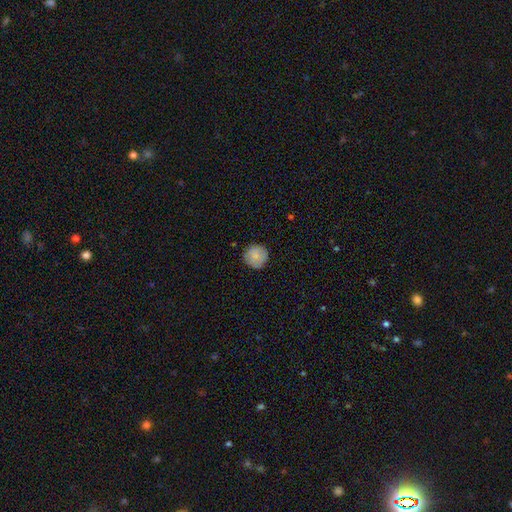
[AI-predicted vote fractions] A smooth galaxy with no disk features (81%) that is round (95%).

Vote fractions:
- Smooth or featured? smooth: 81% / featured or disk: 11% / star or artifact: 7%
- How rounded? round: 95% / in between: 4% / cigar-shaped: 1%
- Merging? none: 87% / minor disturbance: 10% / major disturbance: 2% / merger: 1%